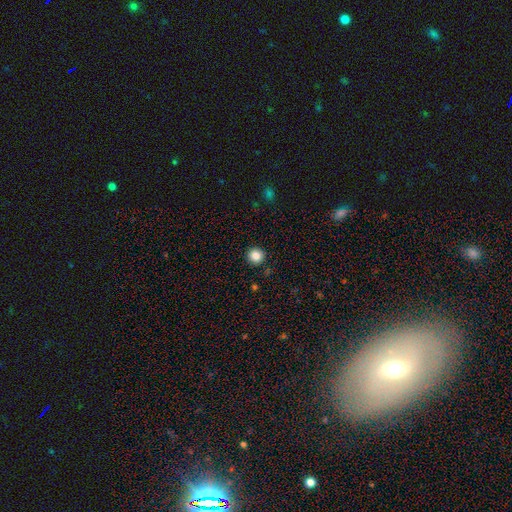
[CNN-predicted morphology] Smooth or featured: smooth — 85% (star or artifact — 11%)
How rounded: round — 96% (in between — 3%)
Merging: none — 93% (minor disturbance — 5%)